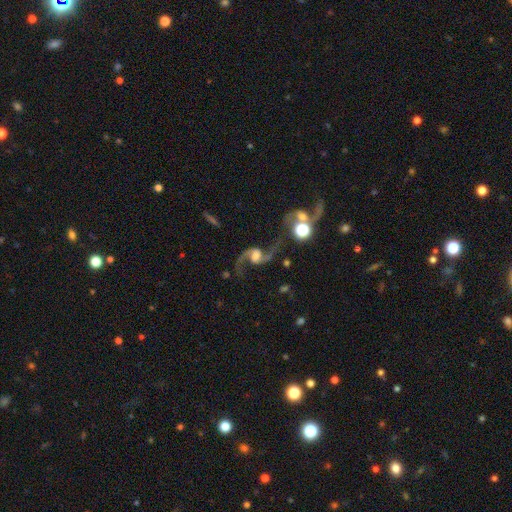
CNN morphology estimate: featured or disk 90%, star or artifact 6%, smooth 4%. Down the decision tree: edge-on disk — no (97%); bar — no (44%); spiral arms — yes (97%); spiral arm count — 2 (94%); spiral winding — loose (83%); bulge size — moderate (42%); merging — none (73%).